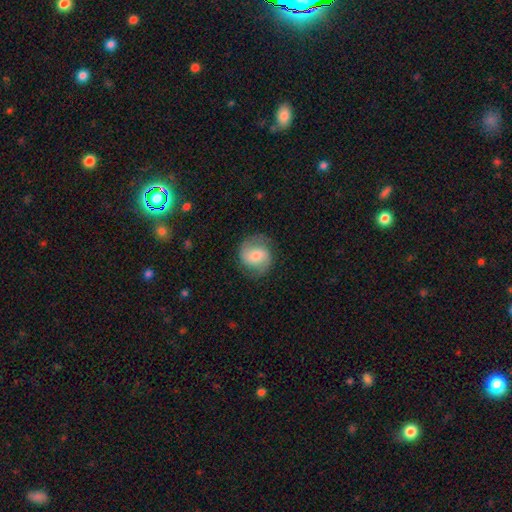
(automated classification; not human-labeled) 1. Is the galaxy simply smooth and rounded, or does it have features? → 50% featured or disk, 42% smooth, 8% star or artifact.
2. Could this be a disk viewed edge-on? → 97% no, 3% yes.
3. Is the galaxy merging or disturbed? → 78% none, 15% minor disturbance, 6% major disturbance, 1% merger.